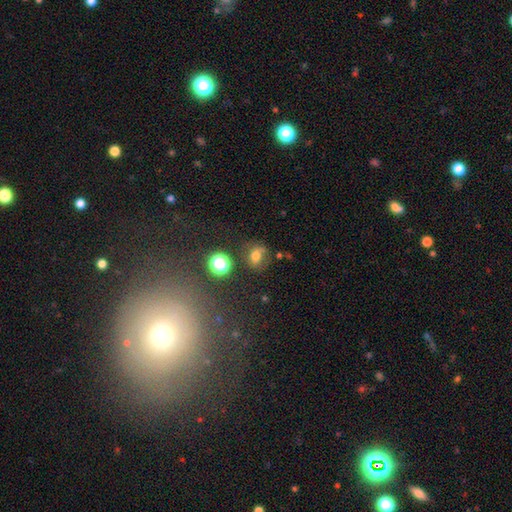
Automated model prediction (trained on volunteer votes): Smooth or featured? smooth (64%)
How rounded? in between (50%)
Merging? none (60%)